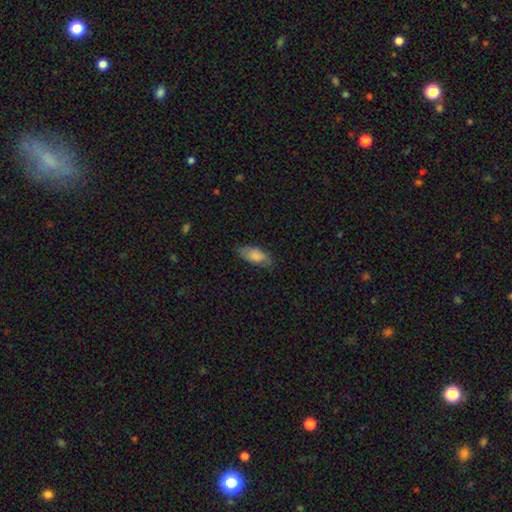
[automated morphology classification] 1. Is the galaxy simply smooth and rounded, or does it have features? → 80% smooth, 14% featured or disk, 7% star or artifact.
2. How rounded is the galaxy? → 85% in between, 12% cigar-shaped, 2% round.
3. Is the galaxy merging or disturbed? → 73% none, 21% minor disturbance, 5% major disturbance, 1% merger.